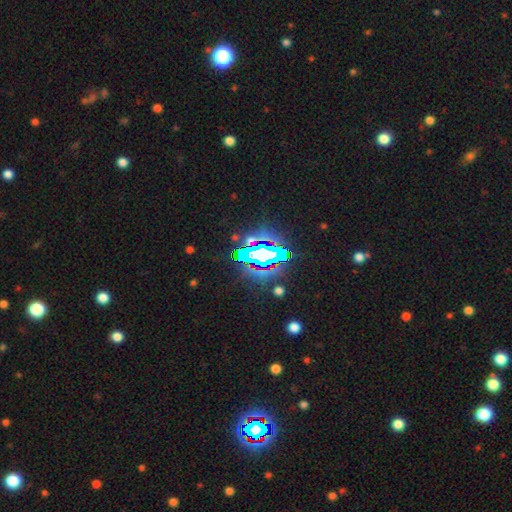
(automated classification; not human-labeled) smooth-or-featured: star or artifact: 82% | smooth: 10% | featured or disk: 8%